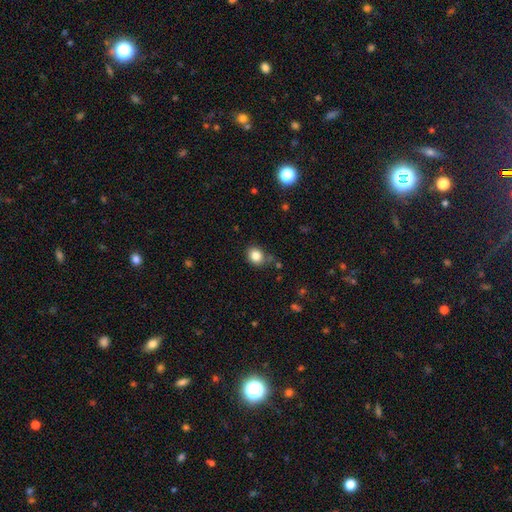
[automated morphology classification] Q: Smooth or featured?
A: smooth (84%); runner-up: star or artifact (10%)
Q: How rounded?
A: round (66%); runner-up: in between (33%)
Q: Merging?
A: none (74%); runner-up: minor disturbance (17%)